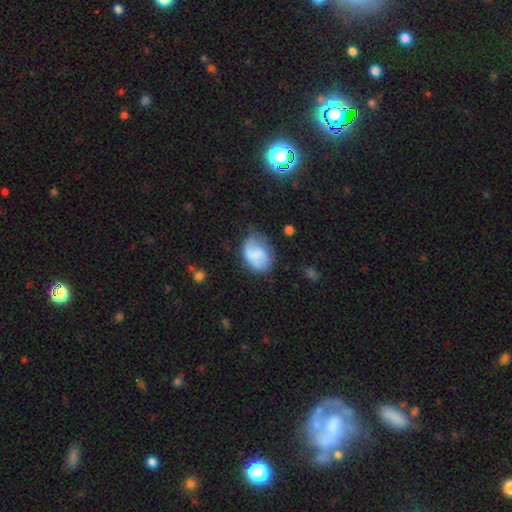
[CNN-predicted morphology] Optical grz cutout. It shows a smooth galaxy with no disk features (54%) that is in between round and cigar-shaped (64%). Merging: none (55%).